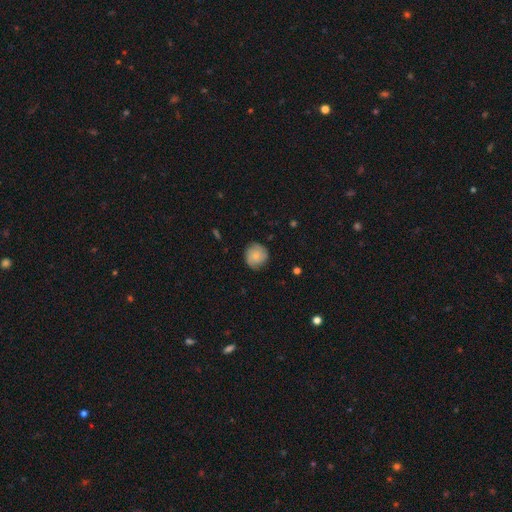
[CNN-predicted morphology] A smooth galaxy with no disk features (60%) that is round (91%).

Vote fractions:
- Smooth or featured? smooth: 60% / featured or disk: 32% / star or artifact: 8%
- How rounded? round: 91% / in between: 8% / cigar-shaped: 1%
- Merging? none: 82% / minor disturbance: 13% / major disturbance: 3% / merger: 1%